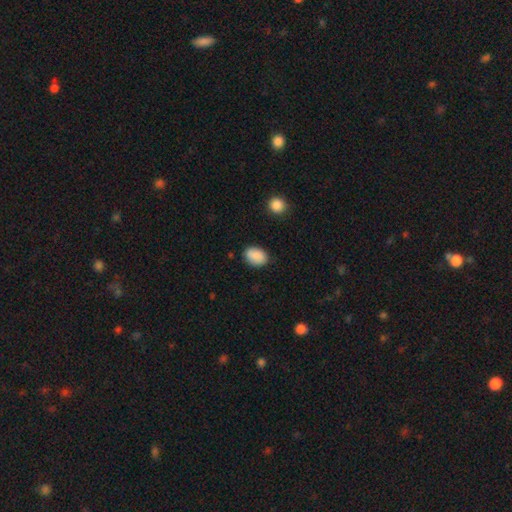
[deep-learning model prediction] Morphology: type=smooth (88%); roundness=in between (78%); merging=none (83%).